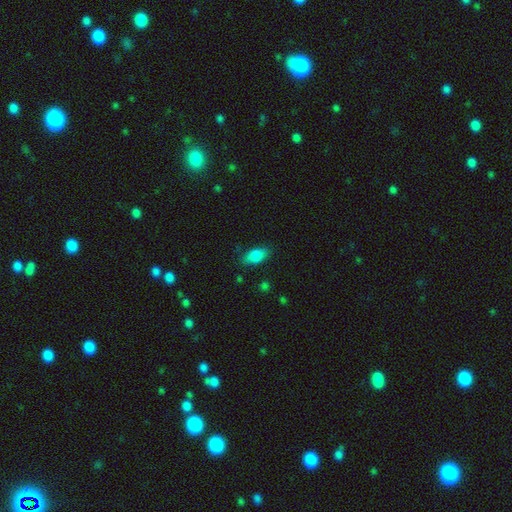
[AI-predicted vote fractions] Morphology: type=smooth (80%); roundness=in between (86%); merging=none (82%).